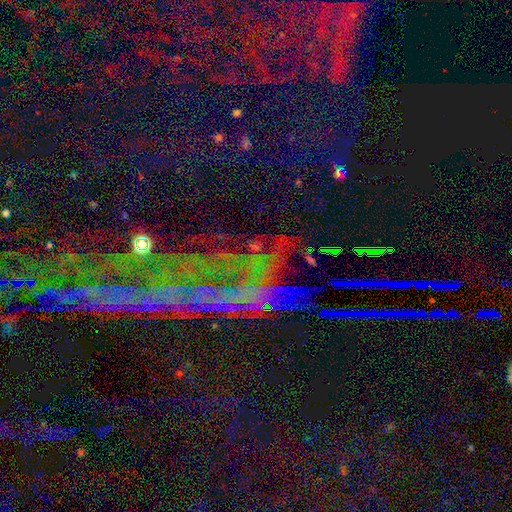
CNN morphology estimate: Smooth or featured?
  - star or artifact: 84% *
  - featured or disk: 9%
  - smooth: 8%